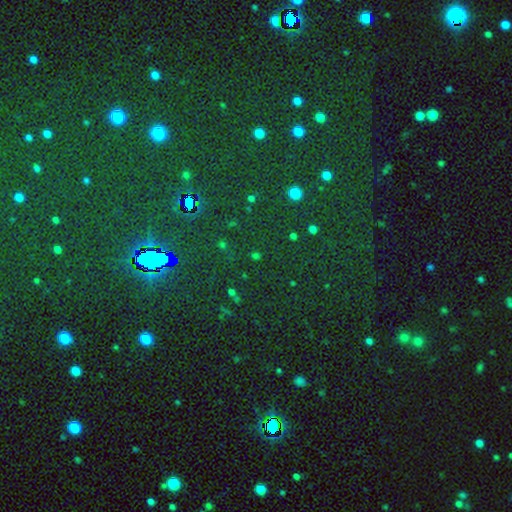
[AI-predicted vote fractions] Q: Smooth or featured?
A: star or artifact (74%); runner-up: smooth (18%)